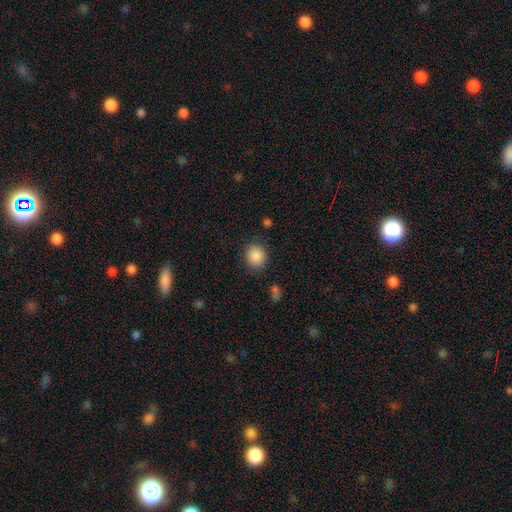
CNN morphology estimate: type=smooth (88%); roundness=round (76%); merging=none (84%).